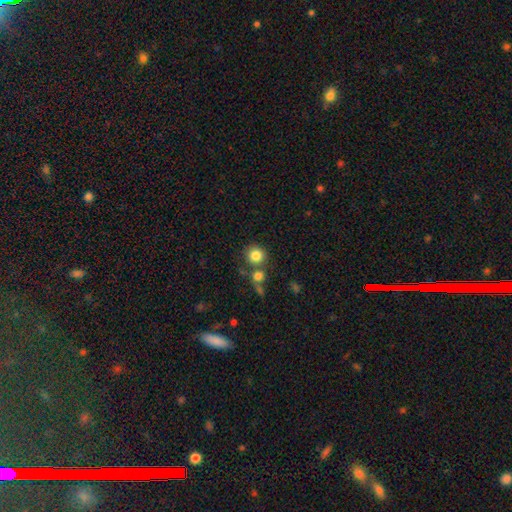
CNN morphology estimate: The model was most divided on "merging": none: 70%, merger: 18%, minor disturbance: 9%, major disturbance: 4%. More confident: how rounded — round (91%); smooth or featured — smooth (82%).